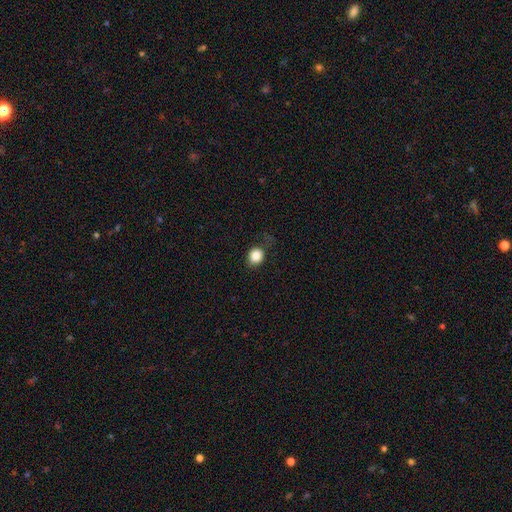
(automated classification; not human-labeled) Q: Smooth or featured?
A: smooth (85%); runner-up: star or artifact (10%)
Q: How rounded?
A: round (72%); runner-up: in between (27%)
Q: Merging?
A: none (75%); runner-up: minor disturbance (17%)